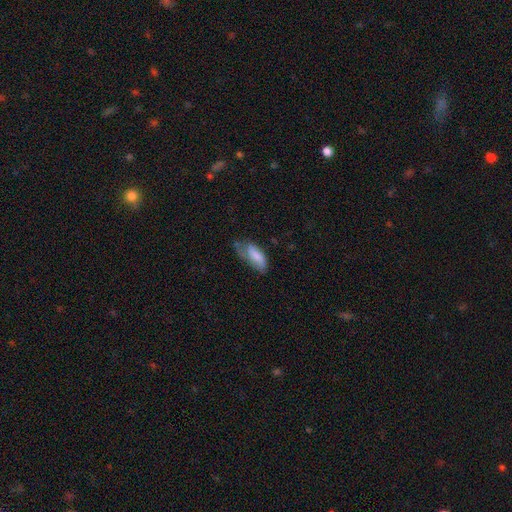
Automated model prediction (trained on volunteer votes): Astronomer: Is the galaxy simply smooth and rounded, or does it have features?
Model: smooth — 74%.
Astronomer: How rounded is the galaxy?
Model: in between — 77%.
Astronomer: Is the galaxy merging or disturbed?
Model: minor disturbance — 39% (runner-up: none, 36%).